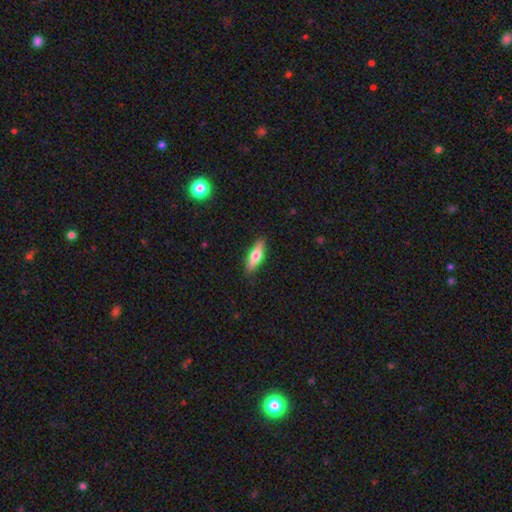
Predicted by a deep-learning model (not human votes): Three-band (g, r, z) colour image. It shows a smooth galaxy with no disk features (60%) that is cigar-shaped (58%). Merging: none (87%).